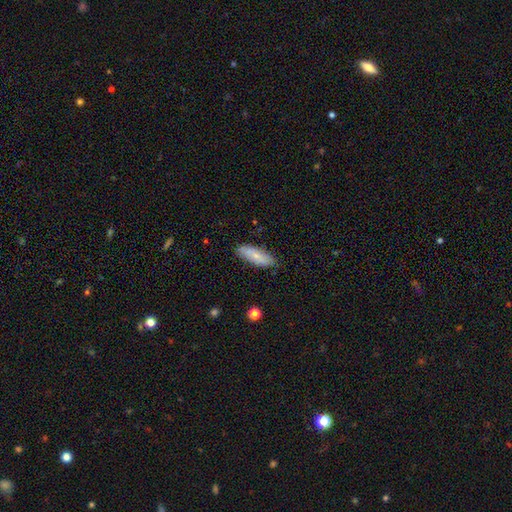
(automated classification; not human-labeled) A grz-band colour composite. It shows a smooth galaxy with no disk features (70%) that is in between round and cigar-shaped (64%). Merging: none (83%).